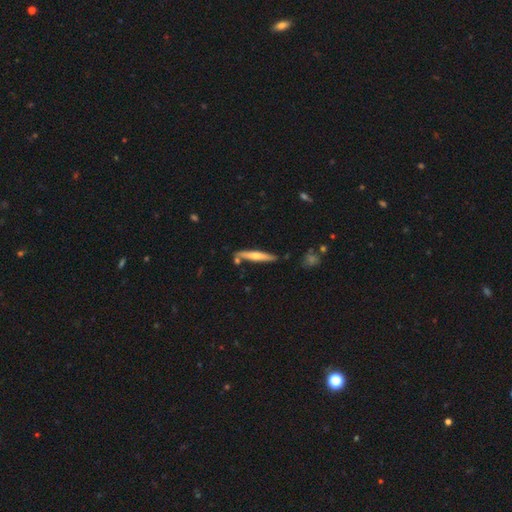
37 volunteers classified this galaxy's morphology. type=featured or disk (51%); edge-on=yes (95%); edge-on bulge=rounded (83%); merging=none (72%).